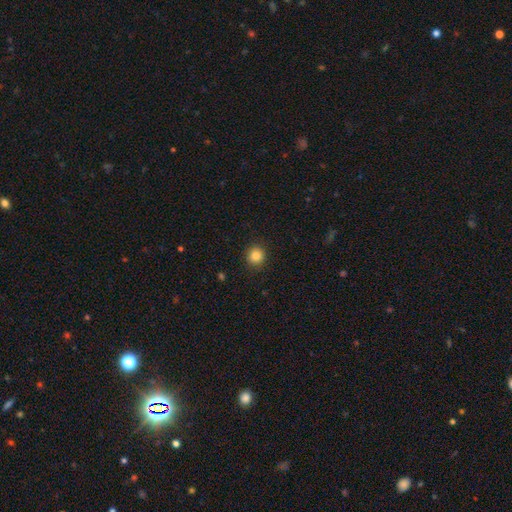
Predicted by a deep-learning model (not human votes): Overall: smooth (86%). How rounded: round (92%). Merging: none (91%).